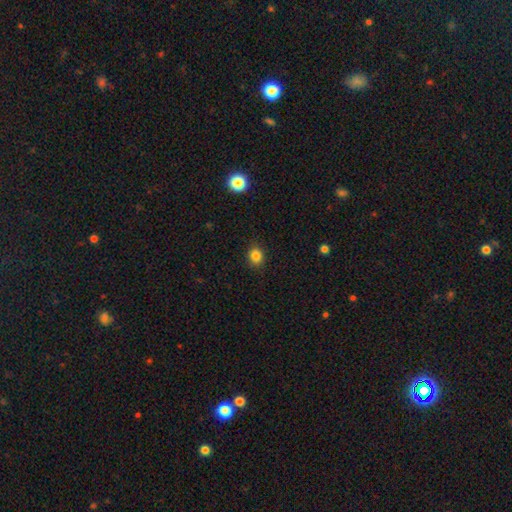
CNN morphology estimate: A smooth galaxy with no disk features (83%) that is round (66%).

Vote fractions:
- Smooth or featured? smooth: 83% / star or artifact: 12% / featured or disk: 5%
- How rounded? round: 66% / in between: 33% / cigar-shaped: 1%
- Merging? none: 89% / minor disturbance: 8% / major disturbance: 2% / merger: 1%